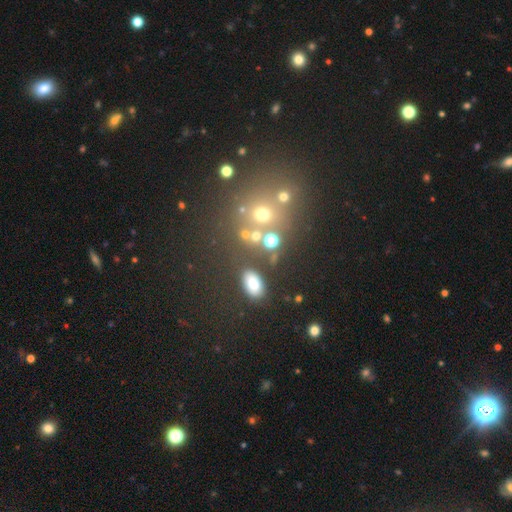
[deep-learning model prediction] This appears to be a star or artifact, not a galaxy (50%).